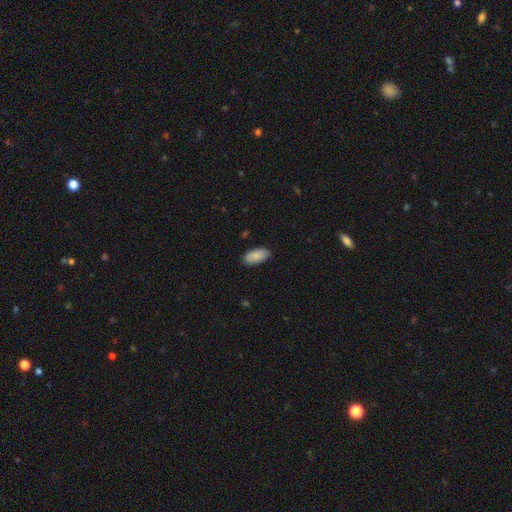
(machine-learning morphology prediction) Smooth or featured? smooth (89%)
How rounded? in between (92%)
Merging? none (85%)